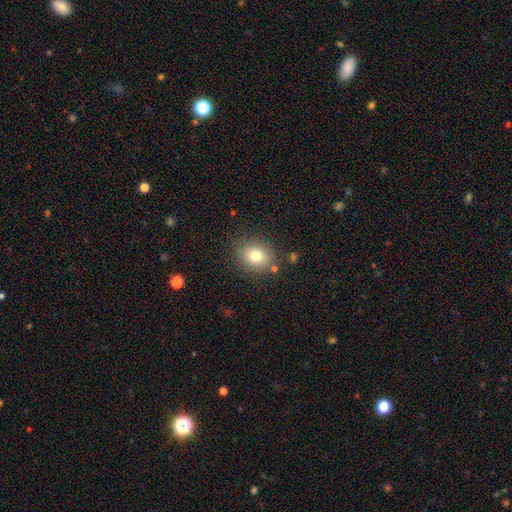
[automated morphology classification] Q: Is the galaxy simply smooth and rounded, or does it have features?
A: smooth — 78%.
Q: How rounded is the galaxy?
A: round — 63%.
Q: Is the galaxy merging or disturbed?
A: none — 82%.